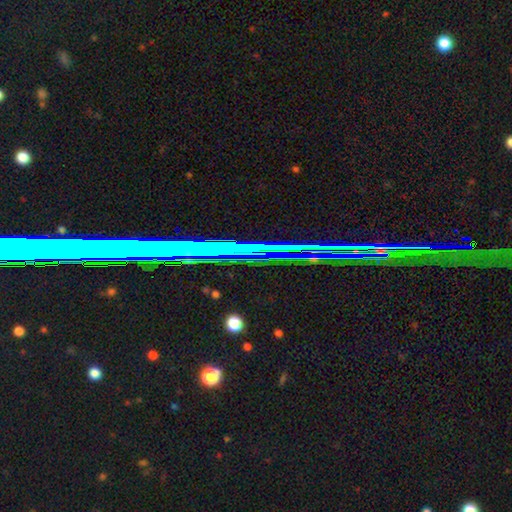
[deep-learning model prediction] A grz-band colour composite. It shows a star or artifact, not a galaxy (72%).